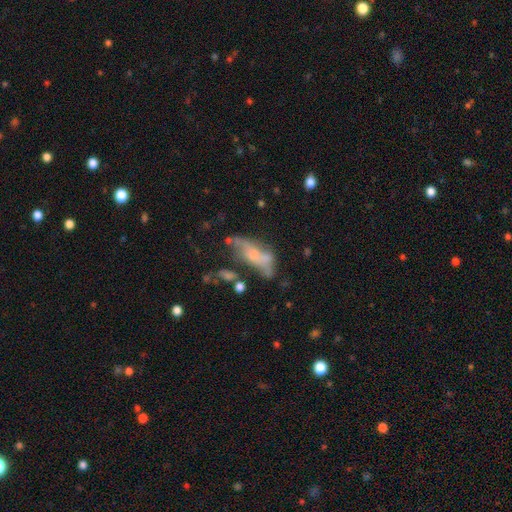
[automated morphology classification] type=featured or disk (48%); merging=none (32%).